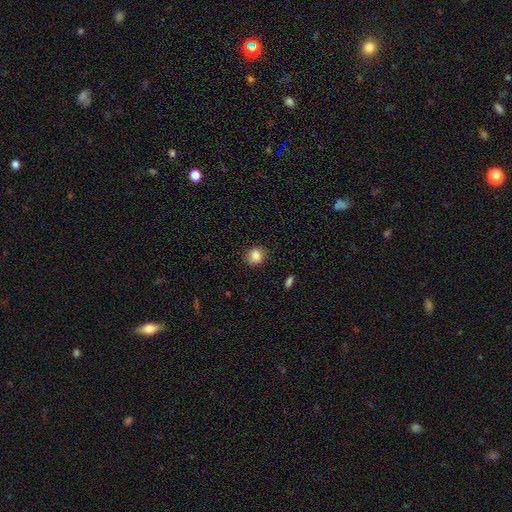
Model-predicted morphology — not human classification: A smooth galaxy with no disk features (86%) that is round (71%). Merging: none (80%).